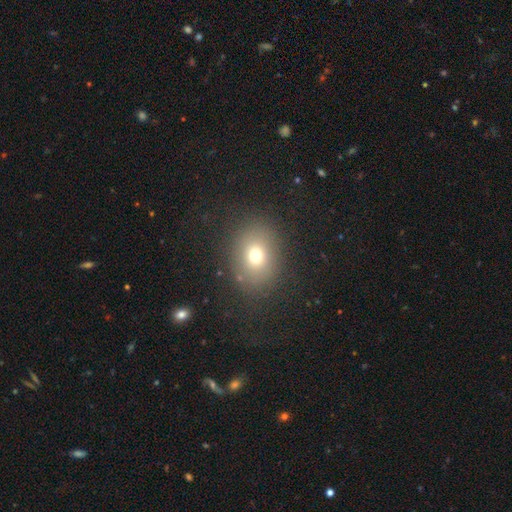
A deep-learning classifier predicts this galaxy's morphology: smooth_or_featured: smooth (p=0.71) [alt: star or artifact p=0.16]
how_rounded: round (p=0.51) [alt: in between p=0.48]
merging: none (p=0.83) [alt: minor disturbance p=0.10]